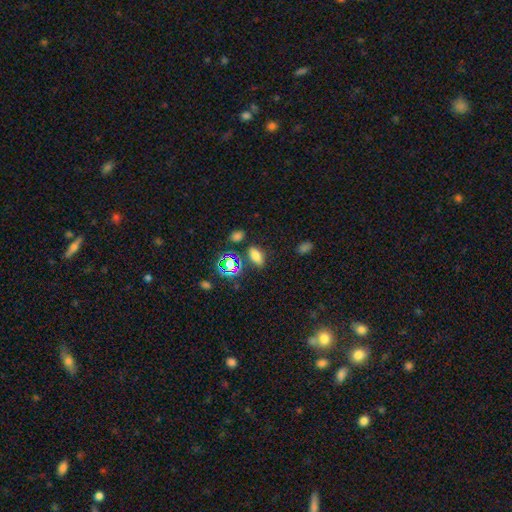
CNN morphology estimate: The model was most divided on "smooth or featured": smooth: 69%, star or artifact: 23%, featured or disk: 8%. More confident: how rounded — in between (84%); merging — none (78%).